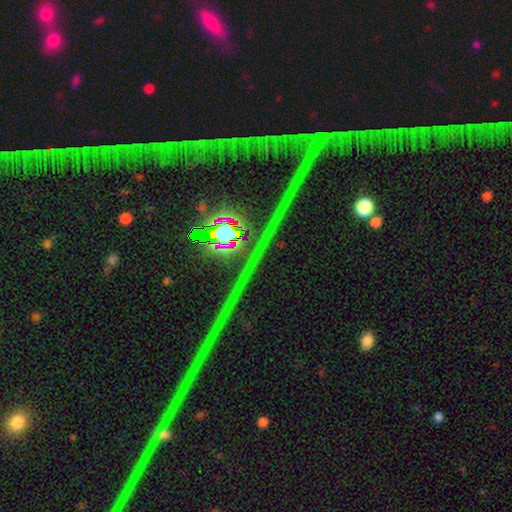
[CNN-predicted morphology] type=star or artifact (84%).